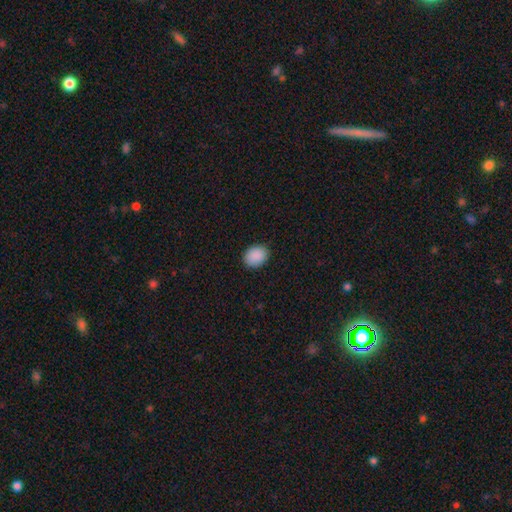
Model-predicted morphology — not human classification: Smooth or featured? smooth (90%)
How rounded? in between (53%)
Merging? none (88%)